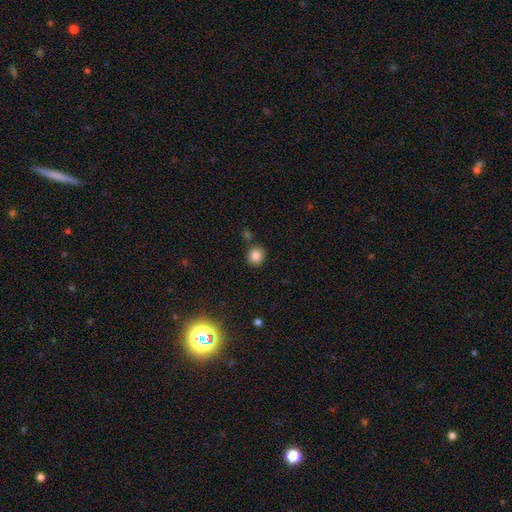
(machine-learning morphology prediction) Smooth or featured? Predicted: smooth (p=0.84). How rounded? Predicted: round (p=0.79). Merging? Predicted: none (p=0.84).